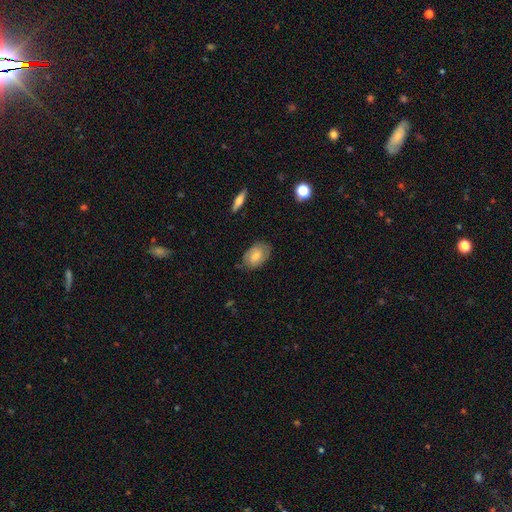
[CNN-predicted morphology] smooth-or-featured: smooth: 65% | featured or disk: 28% | star or artifact: 7%
  how-rounded: in between: 88% | round: 10% | cigar-shaped: 2%
  merging: none: 73% | minor disturbance: 21% | major disturbance: 4% | merger: 1%